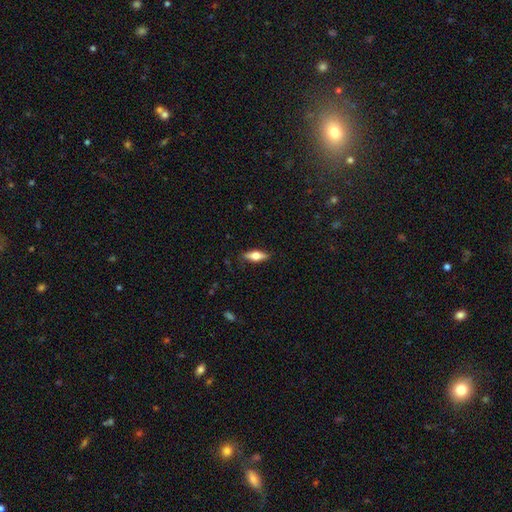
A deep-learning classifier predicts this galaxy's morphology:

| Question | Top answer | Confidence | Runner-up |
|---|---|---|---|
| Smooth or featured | smooth | 53% | featured or disk (41%) |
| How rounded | in between | 59% | cigar-shaped (38%) |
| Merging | none | 86% | minor disturbance (10%) |